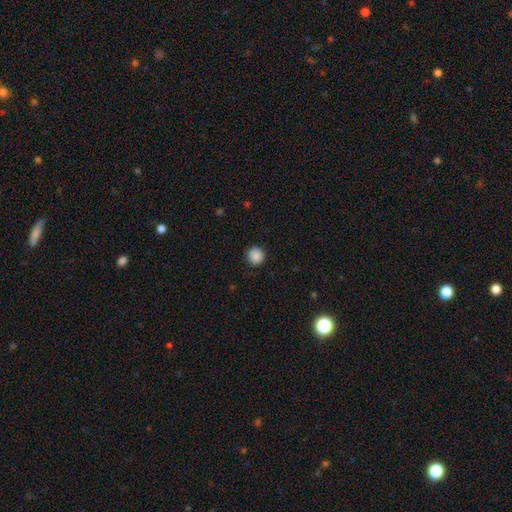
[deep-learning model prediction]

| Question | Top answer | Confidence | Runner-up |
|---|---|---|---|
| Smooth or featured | smooth | 88% | star or artifact (9%) |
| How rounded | round | 92% | in between (7%) |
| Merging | none | 89% | minor disturbance (8%) |